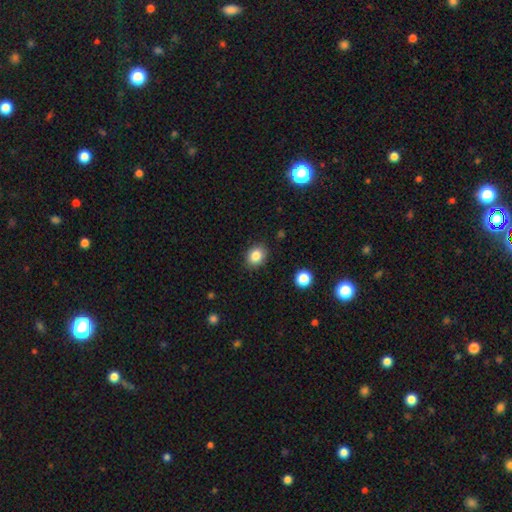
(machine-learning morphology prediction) Smooth or featured? smooth (84%)
How rounded? round (57%)
Merging? none (87%)